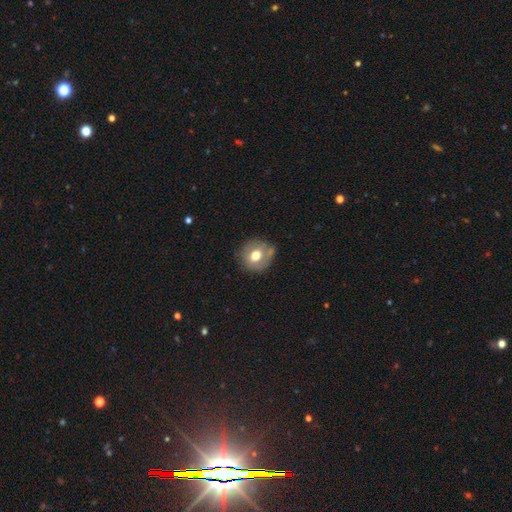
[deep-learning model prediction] smooth 66%, featured or disk 25%, star or artifact 9%. Down the decision tree: how rounded — round (85%); merging — none (67%).